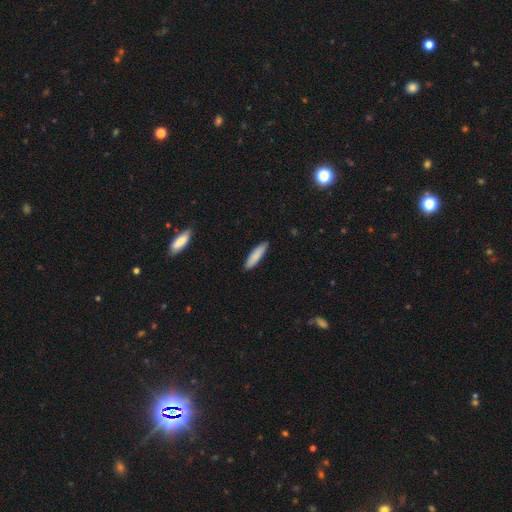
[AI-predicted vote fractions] Smooth or featured? Predicted: smooth (p=0.86). How rounded? Predicted: cigar-shaped (p=0.76). Merging? Predicted: none (p=0.89).